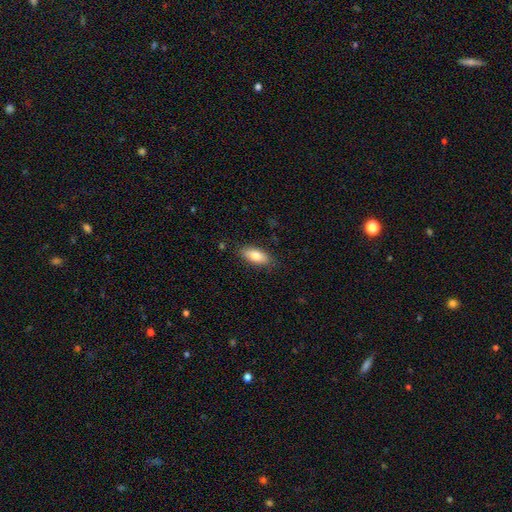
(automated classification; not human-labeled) Smooth or featured? Predicted: smooth (p=0.79). How rounded? Predicted: in between (p=0.82). Merging? Predicted: none (p=0.85).